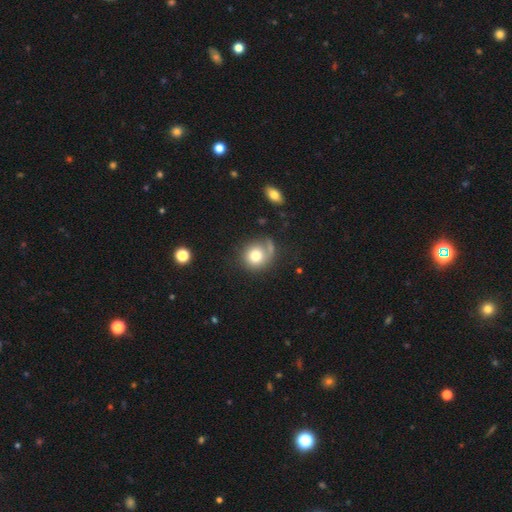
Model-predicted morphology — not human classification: A smooth galaxy with no disk features (75%) that is round (82%).

Vote fractions:
- Smooth or featured? smooth: 75% / featured or disk: 17% / star or artifact: 8%
- How rounded? round: 82% / in between: 17% / cigar-shaped: 1%
- Merging? none: 53% / minor disturbance: 19% / major disturbance: 16% / merger: 12%